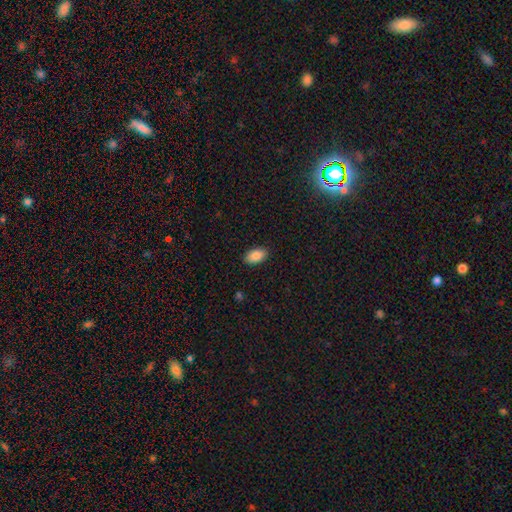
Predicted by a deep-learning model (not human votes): Smooth or featured?
  - smooth: 88% *
  - star or artifact: 7%
  - featured or disk: 4%
How rounded?
  - in between: 94% *
  - round: 5%
  - cigar-shaped: 2%
Merging?
  - none: 89% *
  - minor disturbance: 8%
  - major disturbance: 2%
  - merger: 1%